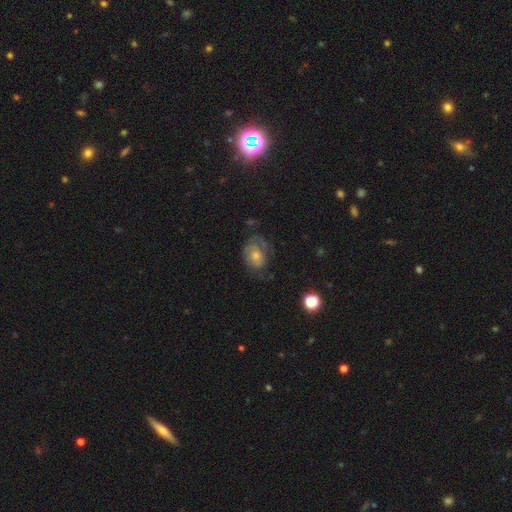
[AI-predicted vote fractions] smooth_or_featured: featured or disk (p=0.55) [alt: smooth p=0.31]
disk_edge_on: no (p=0.96) [alt: yes p=0.04]
bar: no (p=0.74) [alt: weak p=0.21]
has_spiral_arms: yes (p=0.73) [alt: no p=0.27]
bulge_size: moderate (p=0.50) [alt: small p=0.39]
merging: none (p=0.54) [alt: minor disturbance p=0.25]